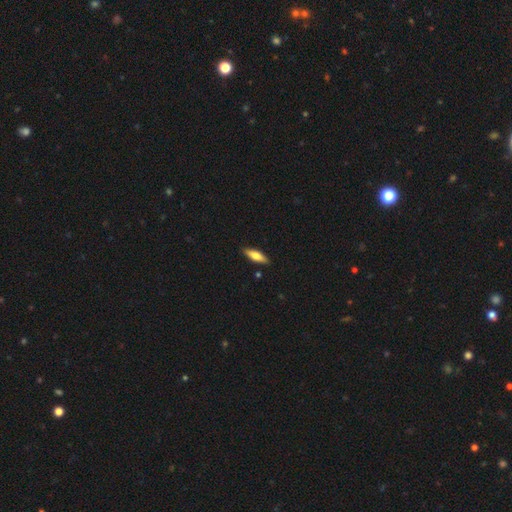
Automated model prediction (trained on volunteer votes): Overall: smooth (67%). How rounded: cigar-shaped (50%; in between 48%). Merging: none (88%).